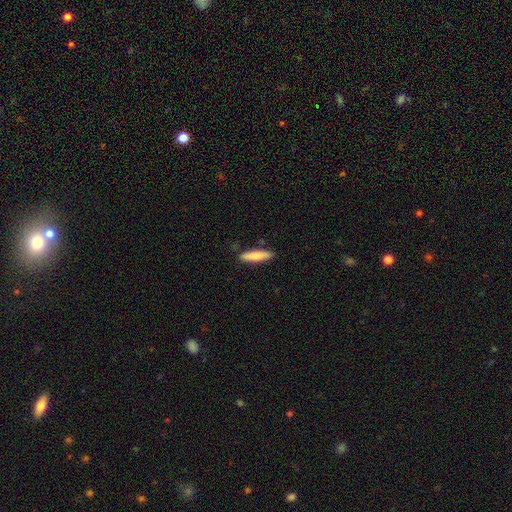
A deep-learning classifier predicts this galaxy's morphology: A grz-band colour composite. It shows a smooth galaxy with no disk features (76%) that is cigar-shaped (81%). Merging: none (87%).